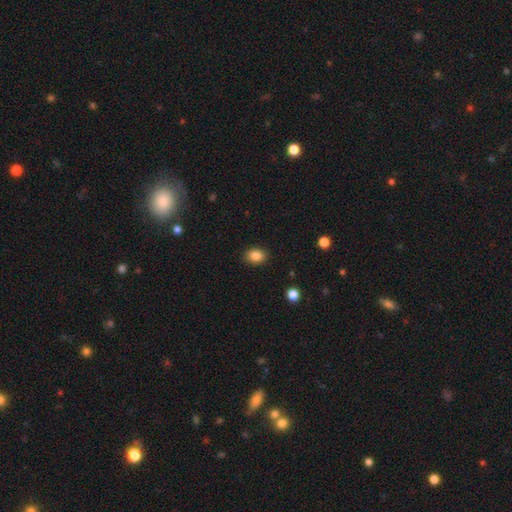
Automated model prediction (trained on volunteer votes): Smooth or featured? smooth (85%)
How rounded? in between (67%)
Merging? none (89%)